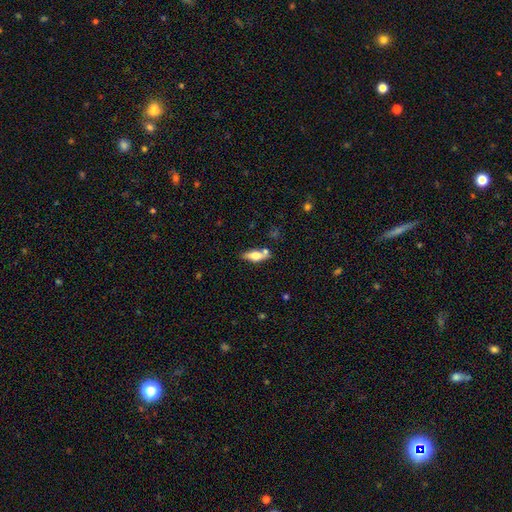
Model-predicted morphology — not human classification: A smooth galaxy with no disk features (55%) that is in between round and cigar-shaped (61%).

Vote fractions:
- Smooth or featured? smooth: 55% / featured or disk: 38% / star or artifact: 7%
- How rounded? in between: 61% / cigar-shaped: 36% / round: 3%
- Merging? none: 65% / minor disturbance: 16% / merger: 15% / major disturbance: 4%